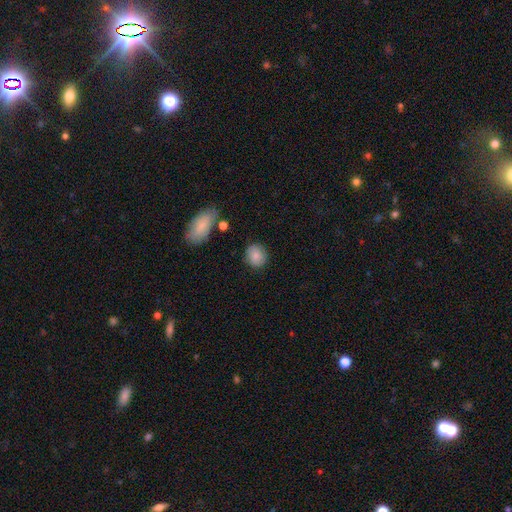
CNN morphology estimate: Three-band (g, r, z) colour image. It shows a smooth galaxy with no disk features (85%) that is round (78%). Merging: none (83%).